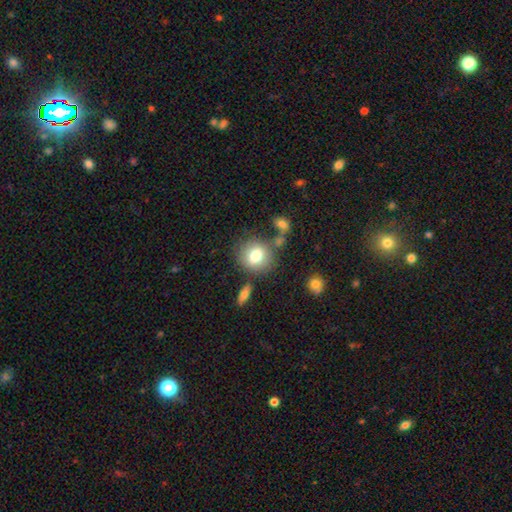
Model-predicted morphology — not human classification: smooth 76%, featured or disk 14%, star or artifact 10%. Down the decision tree: how rounded — round (78%); merging — none (72%).